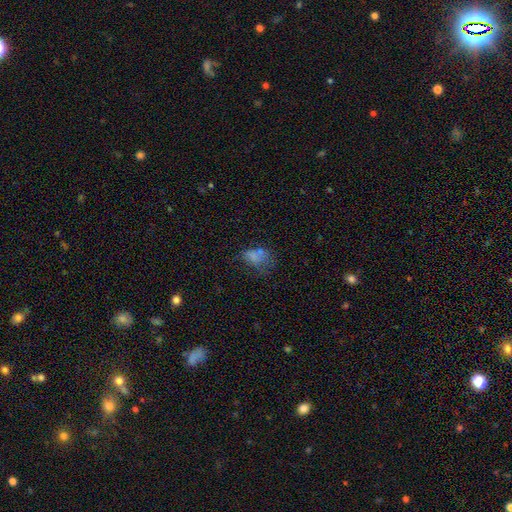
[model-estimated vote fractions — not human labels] Q: Smooth or featured?
A: smooth (64%); runner-up: featured or disk (20%)
Q: How rounded?
A: in between (80%); runner-up: round (18%)
Q: Merging?
A: none (33%); runner-up: major disturbance (28%)